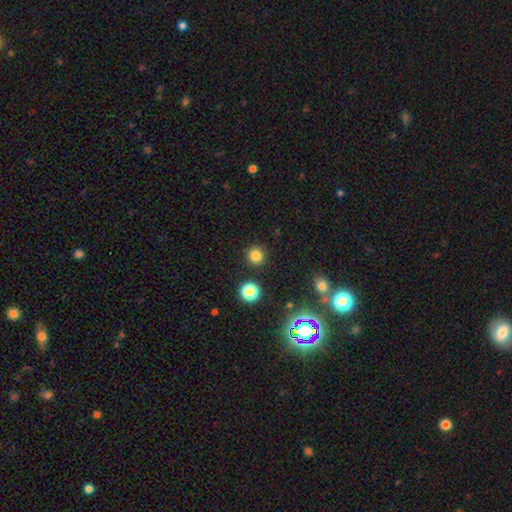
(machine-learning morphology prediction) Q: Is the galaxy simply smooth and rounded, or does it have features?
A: smooth — 80%.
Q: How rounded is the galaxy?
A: round — 94%.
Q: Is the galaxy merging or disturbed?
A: none — 90%.